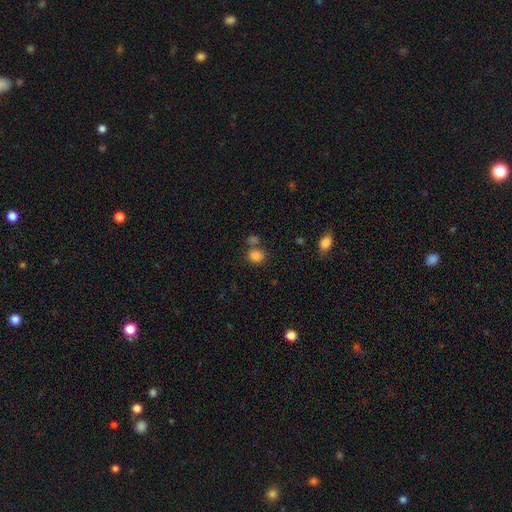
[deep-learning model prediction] Smooth or featured? Predicted: smooth (p=0.84). How rounded? Predicted: round (p=0.66). Merging? Predicted: none (p=0.63).